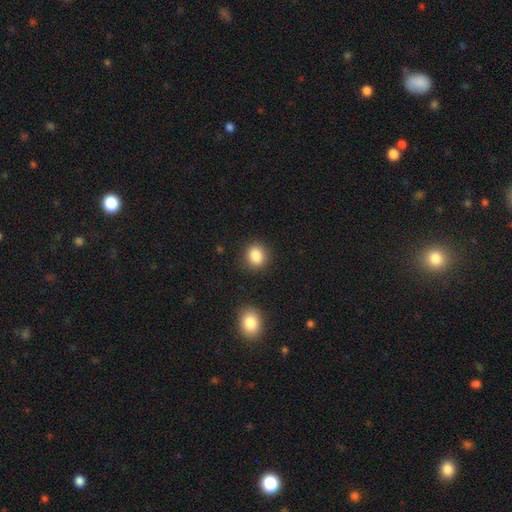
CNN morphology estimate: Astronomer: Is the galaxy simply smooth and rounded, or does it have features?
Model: smooth — 86%.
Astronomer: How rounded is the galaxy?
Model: round — 76%.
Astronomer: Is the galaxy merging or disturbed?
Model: none — 86%.